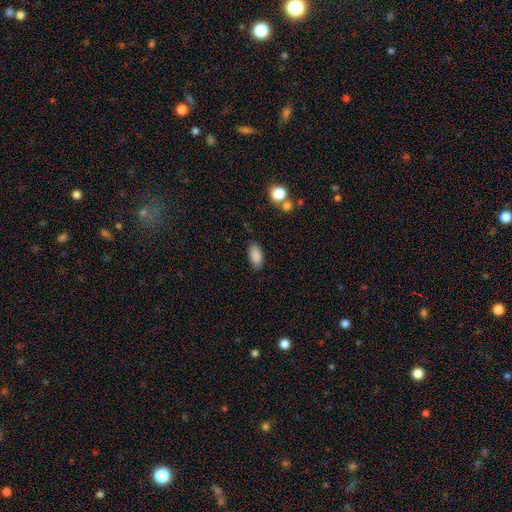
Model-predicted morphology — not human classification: This is clearly a smooth galaxy (87%). How rounded: clearly in between (92%). Merging: clearly none (82%).